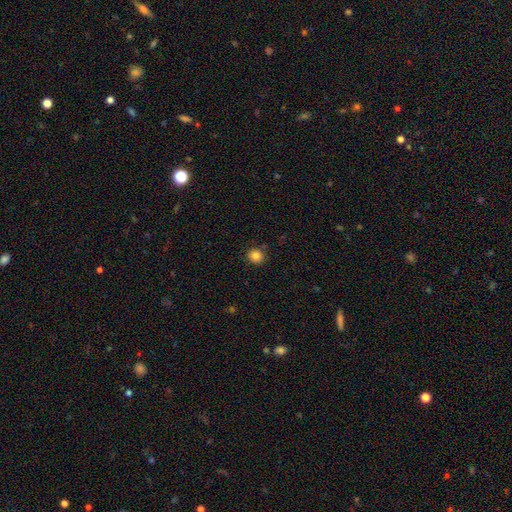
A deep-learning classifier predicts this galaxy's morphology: Overall: smooth (84%). How rounded: round (89%). Merging: none (87%).